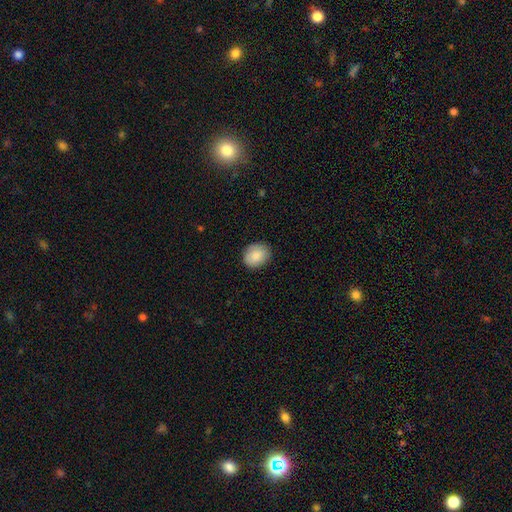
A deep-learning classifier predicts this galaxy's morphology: smooth 86%, featured or disk 7%, star or artifact 7%. Down the decision tree: how rounded — round (54%); merging — none (86%).